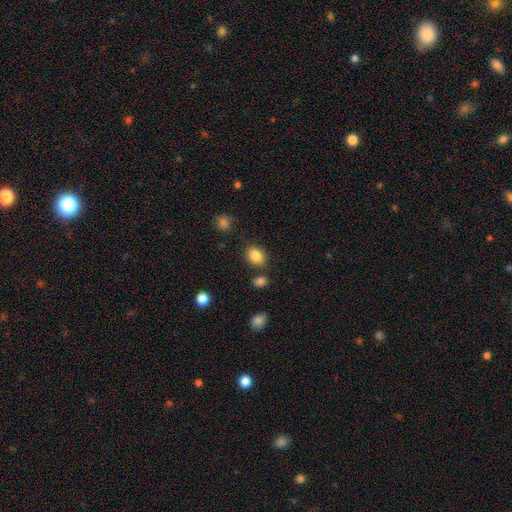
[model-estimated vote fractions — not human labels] This is clearly a smooth galaxy (85%). How rounded: likely in between (67%). Merging: likely none (79%).